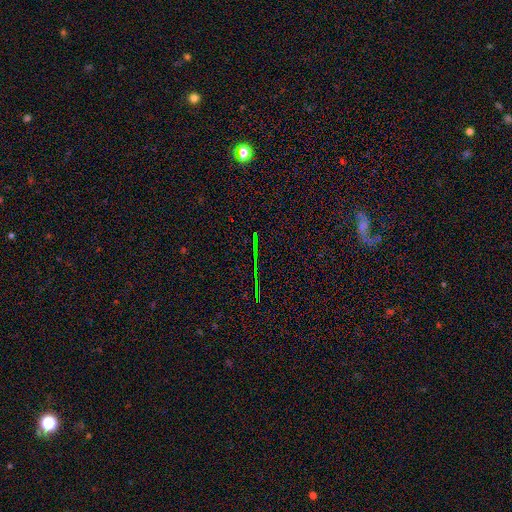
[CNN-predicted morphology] Smooth or featured? Predicted: star or artifact (p=0.67).